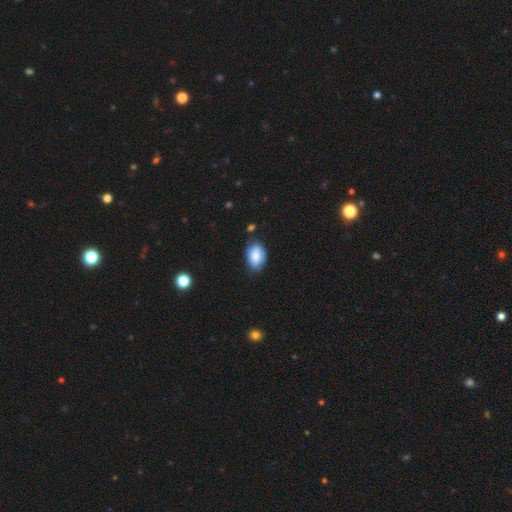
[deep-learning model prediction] A smooth galaxy with no disk features (82%) that is in between round and cigar-shaped (89%).

Vote fractions:
- Smooth or featured? smooth: 82% / featured or disk: 10% / star or artifact: 7%
- How rounded? in between: 89% / round: 10% / cigar-shaped: 1%
- Merging? none: 72% / minor disturbance: 21% / major disturbance: 4% / merger: 3%